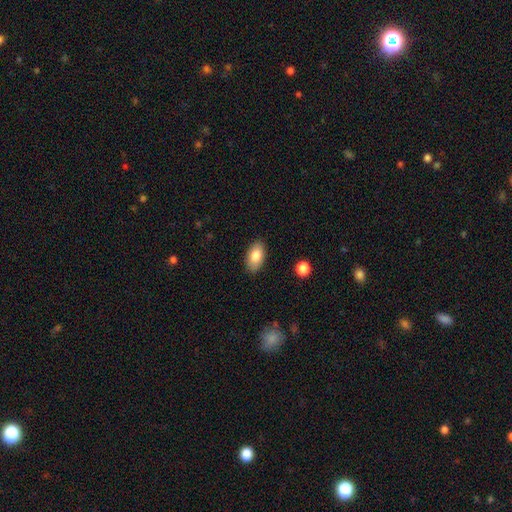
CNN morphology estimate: This appears to be a smooth galaxy with no disk features (82%) that is in between round and cigar-shaped (93%). Merging: none (87%).